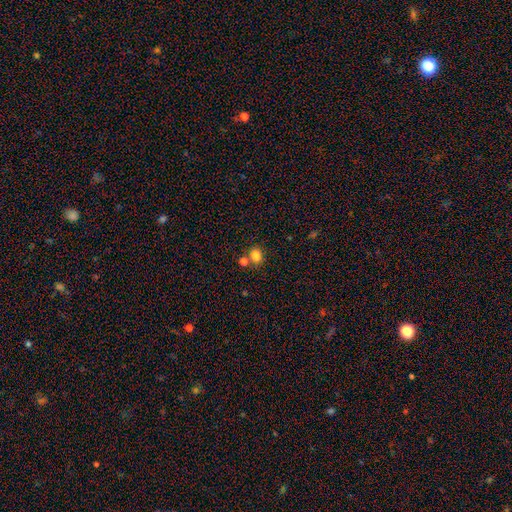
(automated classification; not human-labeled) The model was most divided on "how rounded": round: 68%, in between: 31%, cigar-shaped: 1%. More confident: smooth or featured — smooth (82%); merging — none (65%).